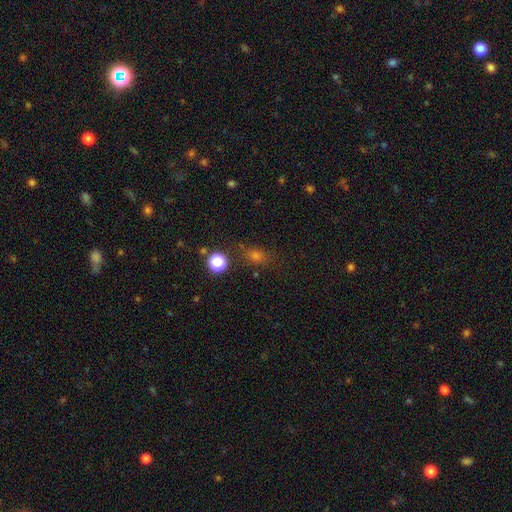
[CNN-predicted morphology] A smooth galaxy with no disk features (61%) that is round (48%, tied with in between).

Vote fractions:
- Smooth or featured? smooth: 61% / star or artifact: 30% / featured or disk: 10%
- How rounded? round: 48% (tied) / in between: 48% (tied) / cigar-shaped: 5%
- Merging? none: 76% / minor disturbance: 14% / major disturbance: 6% / merger: 4%